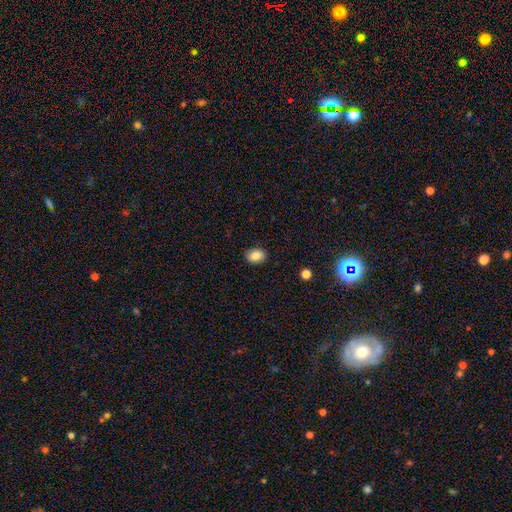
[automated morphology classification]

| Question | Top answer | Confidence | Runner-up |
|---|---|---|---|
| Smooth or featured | smooth | 84% | star or artifact (9%) |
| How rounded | in between | 75% | round (24%) |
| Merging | none | 89% | minor disturbance (8%) |